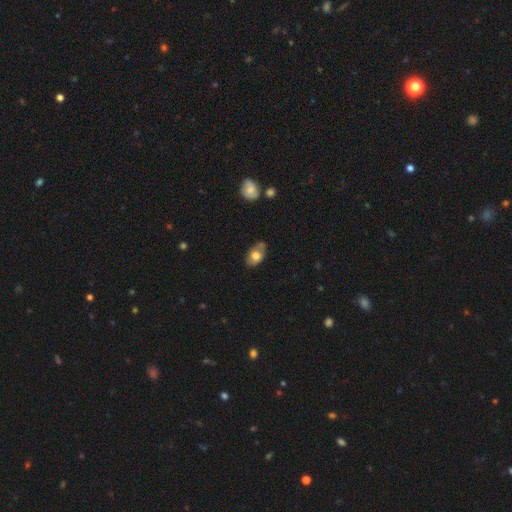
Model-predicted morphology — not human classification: smooth 68%, featured or disk 25%, star or artifact 7%. Down the decision tree: how rounded — in between (88%); merging — none (62%).